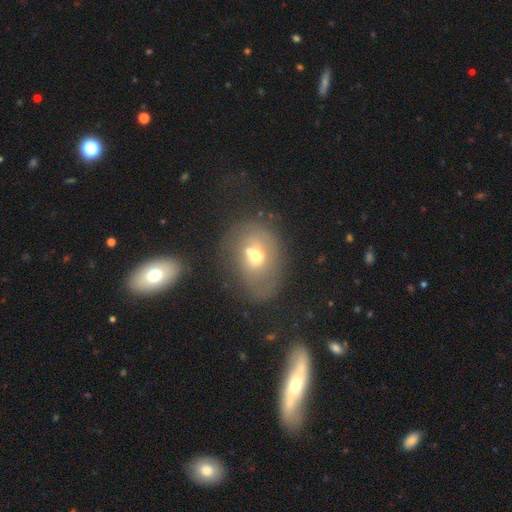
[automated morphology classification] A smooth galaxy with no disk features (56%) that is in between round and cigar-shaped (53%).

Vote fractions:
- Smooth or featured? smooth: 56% / featured or disk: 31% / star or artifact: 13%
- How rounded? in between: 53% / round: 46% / cigar-shaped: 1%
- Merging? none: 43% / minor disturbance: 22% / merger: 18% / major disturbance: 17%